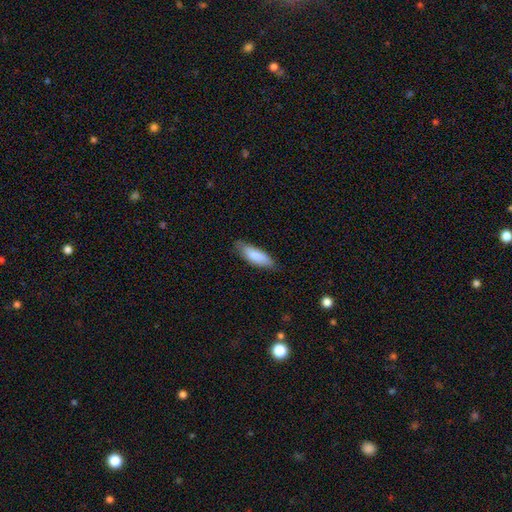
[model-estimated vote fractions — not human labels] smooth 82%, featured or disk 12%, star or artifact 6%. Down the decision tree: how rounded — in between (56%); merging — none (77%).